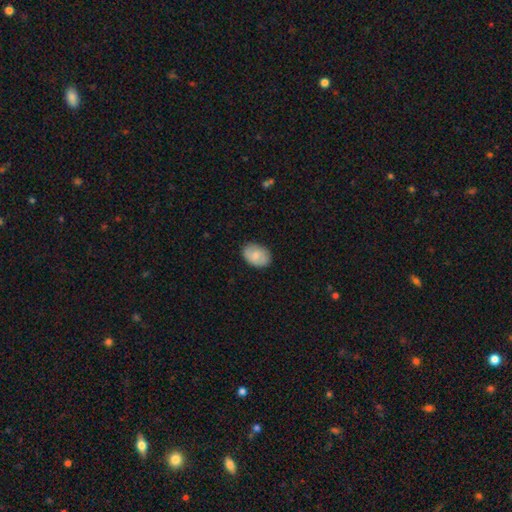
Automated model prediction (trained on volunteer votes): This is likely a smooth galaxy (73%). How rounded: clearly in between (80%). Merging: clearly none (83%).